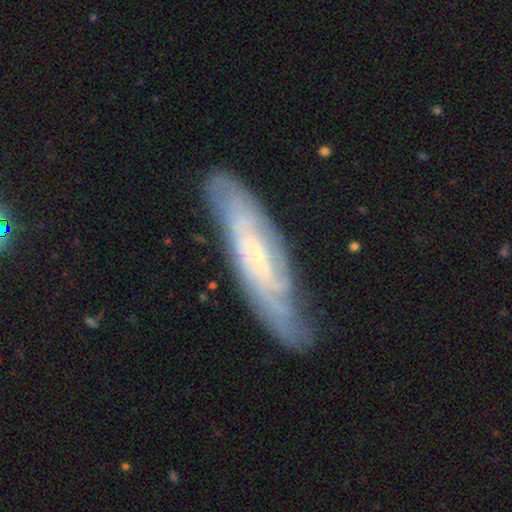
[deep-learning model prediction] Smooth or featured: featured or disk — 76% (smooth — 18%)
Edge-on disk: no — 75% (yes — 25%)
Bar: no — 54% (weak — 35%)
Spiral arms: yes — 91% (no — 9%)
Spiral winding: tight — 62% (medium — 30%)
Spiral arm count: can't tell — 50% (2 — 26%)
Bulge size: small — 72% (moderate — 16%)
Merging: none — 74% (minor disturbance — 19%)